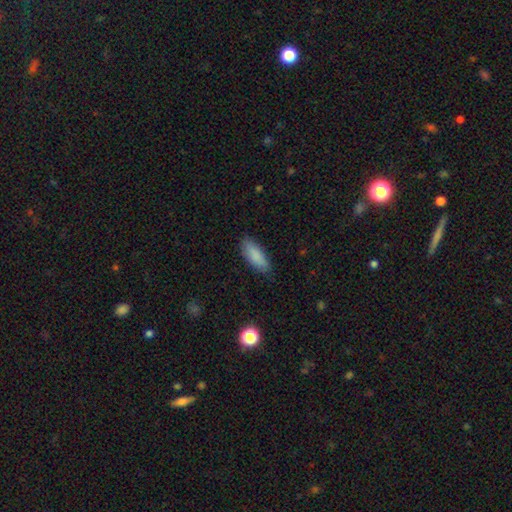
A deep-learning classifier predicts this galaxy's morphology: This is clearly a smooth galaxy (87%). How rounded: likely in between (70%). Merging: clearly none (83%).